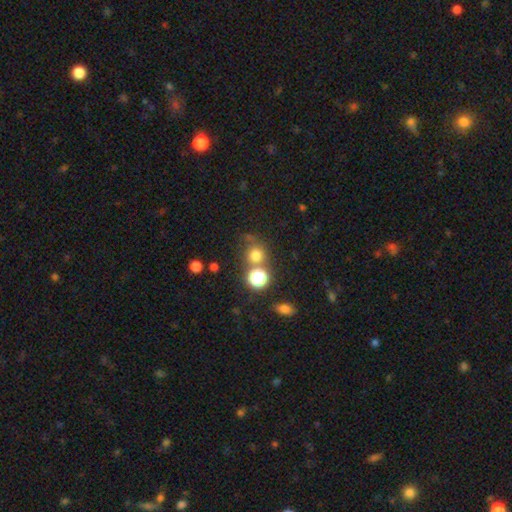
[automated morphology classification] A smooth galaxy with no disk features (72%) that is round (89%). Merging: none (63%).